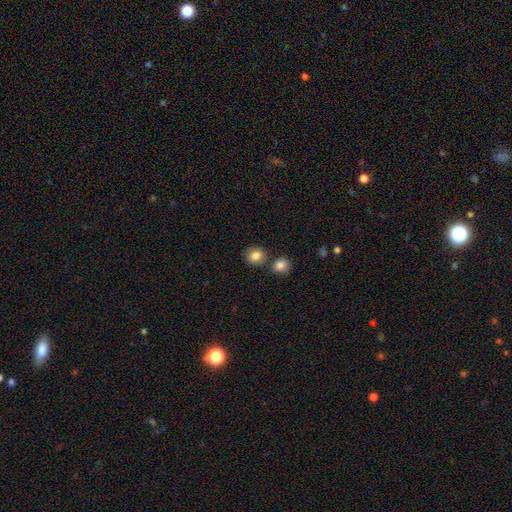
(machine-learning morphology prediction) Smooth or featured? smooth (83%)
How rounded? round (72%)
Merging? none (69%)